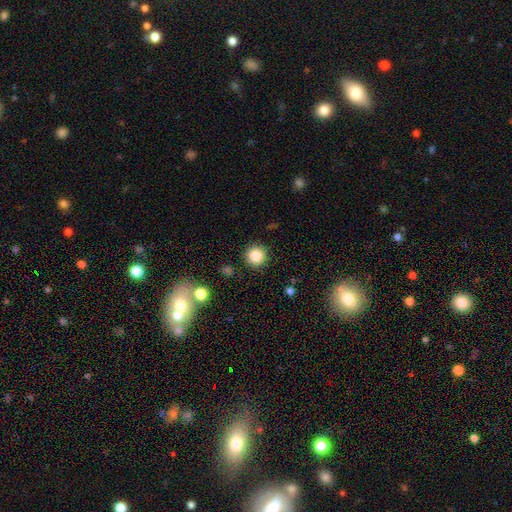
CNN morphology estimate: A smooth galaxy with no disk features (83%) that is round (94%).

Vote fractions:
- Smooth or featured? smooth: 83% / star or artifact: 11% / featured or disk: 6%
- How rounded? round: 94% / in between: 5% / cigar-shaped: 1%
- Merging? none: 90% / minor disturbance: 6% / major disturbance: 2% / merger: 2%